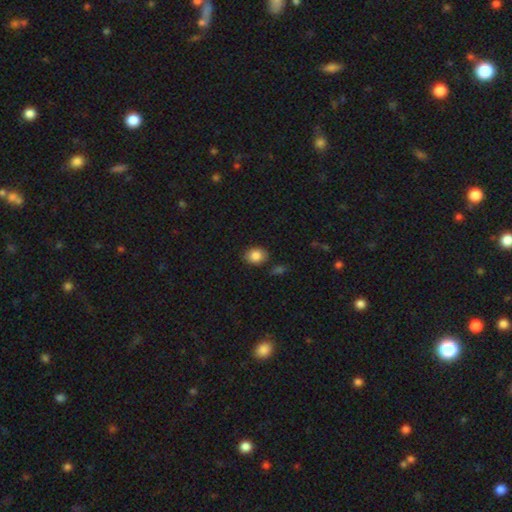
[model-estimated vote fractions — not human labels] smooth 85%, star or artifact 8%, featured or disk 7%. Down the decision tree: how rounded — in between (57%); merging — none (81%).